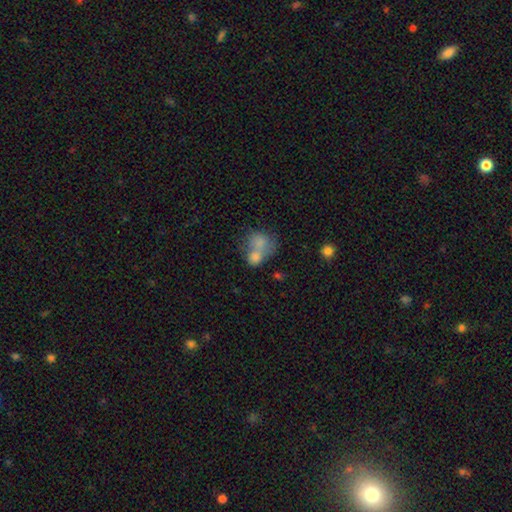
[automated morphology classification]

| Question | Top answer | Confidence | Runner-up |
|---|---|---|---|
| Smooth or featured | smooth | 72% | featured or disk (17%) |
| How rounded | round | 50% | in between (48%) |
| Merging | merger | 65% | none (20%) |